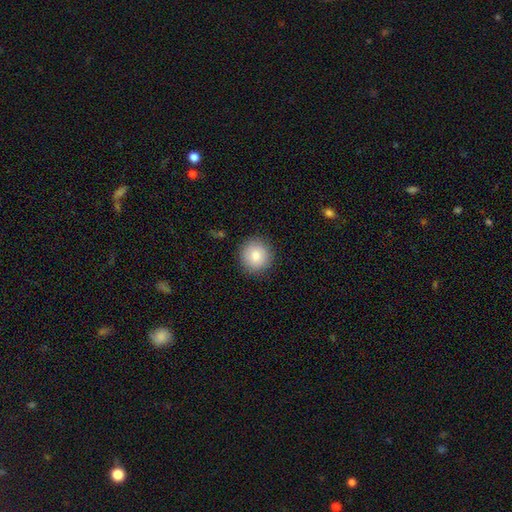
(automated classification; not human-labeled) This appears to be a smooth galaxy with no disk features (82%) that is round (94%). Merging: none (90%).